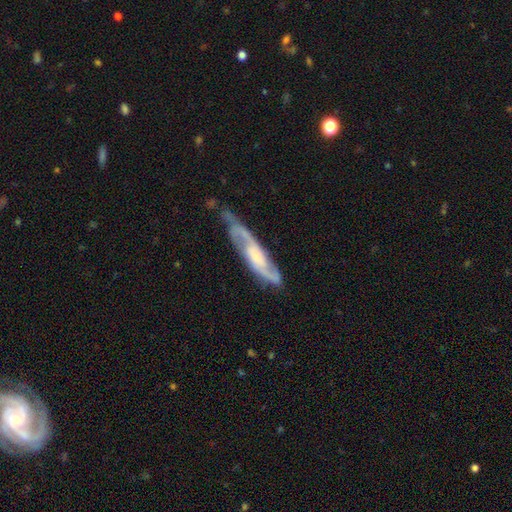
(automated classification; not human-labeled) Smooth or featured: featured or disk — 83% (smooth — 12%)
Edge-on disk: no — 77% (yes — 23%)
Bar: no — 52% (weak — 36%)
Spiral arms: yes — 96% (no — 4%)
Spiral winding: medium — 50% (tight — 27%)
Spiral arm count: 2 — 83% (can't tell — 9%)
Bulge size: small — 44% (moderate — 32%)
Merging: none — 66% (minor disturbance — 23%)